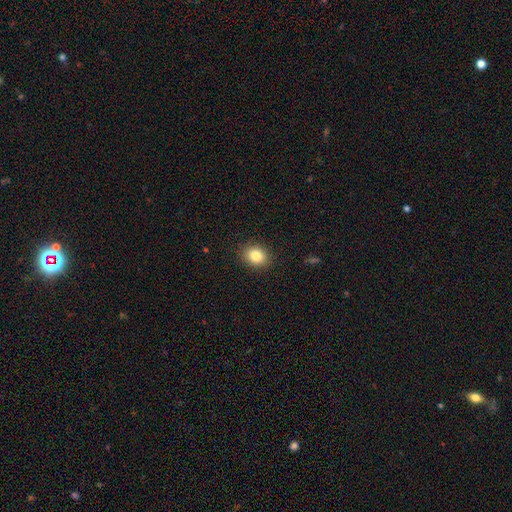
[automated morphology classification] Smooth or featured? Predicted: smooth (p=0.84). How rounded? Predicted: in between (p=0.55). Merging? Predicted: none (p=0.89).